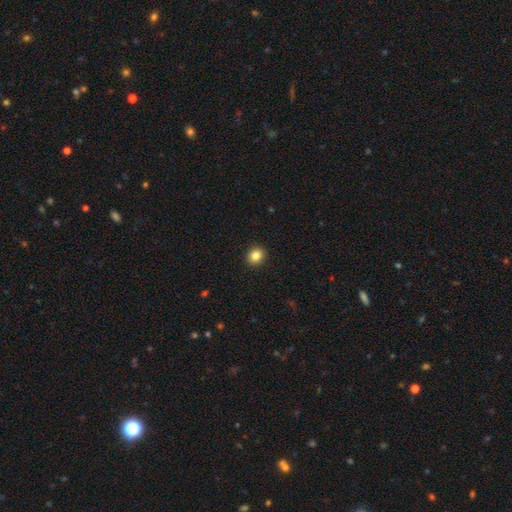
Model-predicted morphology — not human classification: The model was most divided on "how rounded": round: 73%, in between: 26%, cigar-shaped: 1%. More confident: merging — none (92%); smooth or featured — smooth (85%).